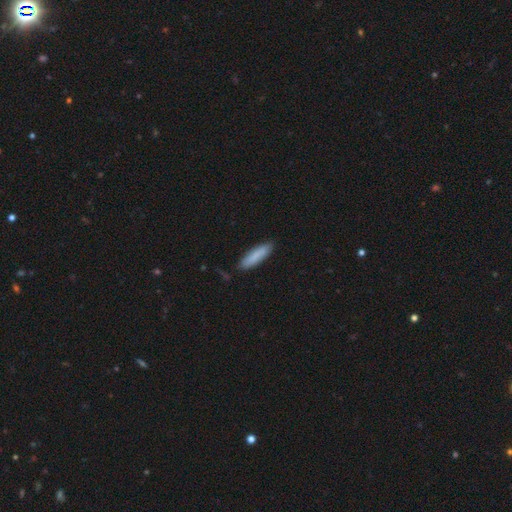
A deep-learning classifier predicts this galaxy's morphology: smooth_or_featured: smooth (p=0.84) [alt: featured or disk p=0.10]
how_rounded: cigar-shaped (p=0.71) [alt: in between p=0.27]
merging: none (p=0.83) [alt: minor disturbance p=0.13]